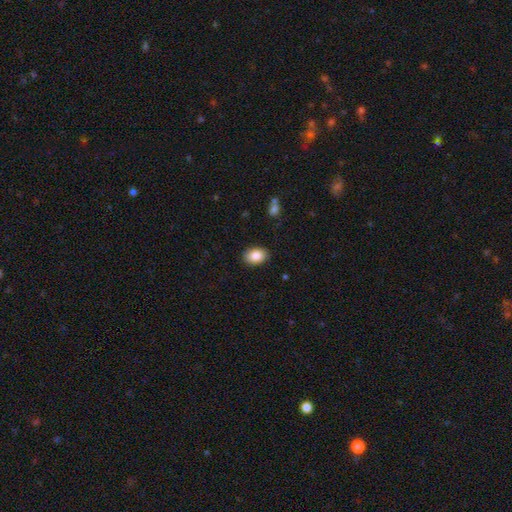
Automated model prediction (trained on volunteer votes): smooth 87%, star or artifact 8%, featured or disk 6%. Down the decision tree: how rounded — in between (80%); merging — none (88%).